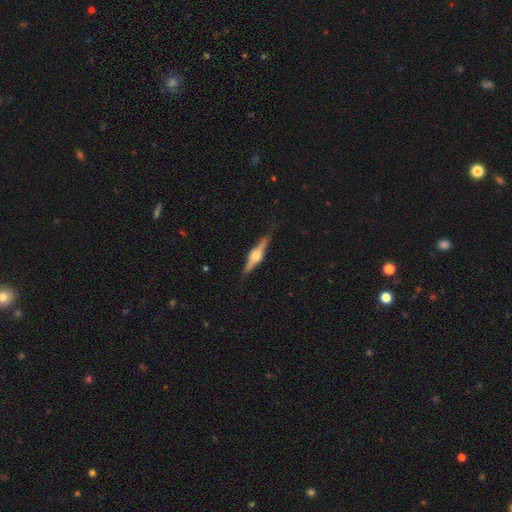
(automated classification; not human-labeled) featured or disk 77%, smooth 17%, star or artifact 6%. Down the decision tree: edge-on disk — yes (97%); edge-on bulge — rounded (89%); merging — none (86%).